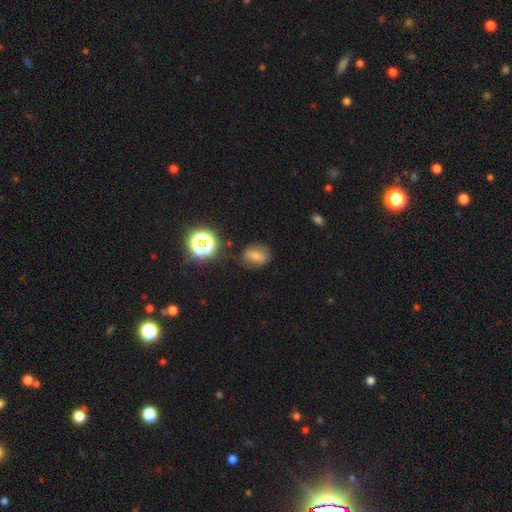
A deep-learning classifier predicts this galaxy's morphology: smooth_or_featured: smooth (p=0.60) [alt: star or artifact p=0.21]
how_rounded: in between (p=0.62) [alt: round p=0.36]
merging: none (p=0.67) [alt: minor disturbance p=0.22]